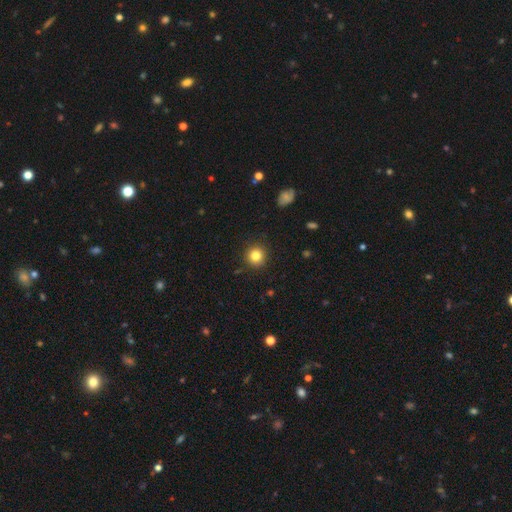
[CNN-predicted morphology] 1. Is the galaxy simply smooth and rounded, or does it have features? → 83% smooth, 11% star or artifact, 6% featured or disk.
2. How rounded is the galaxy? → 93% round, 6% in between, 1% cigar-shaped.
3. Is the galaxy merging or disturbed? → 91% none, 6% minor disturbance, 2% major disturbance, 1% merger.